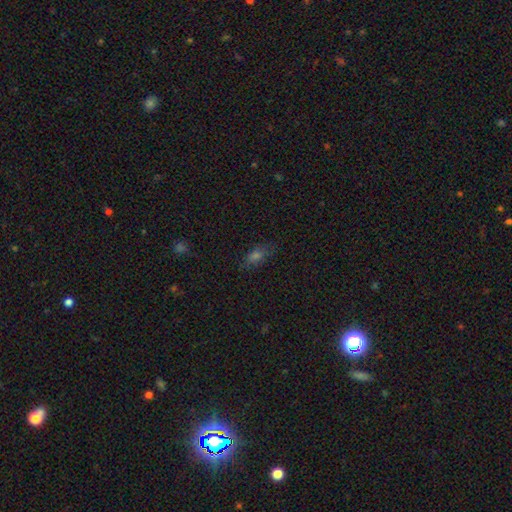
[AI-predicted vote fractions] Smooth or featured?
  - smooth: 60% *
  - star or artifact: 25%
  - featured or disk: 15%
How rounded?
  - in between: 74% *
  - cigar-shaped: 16%
  - round: 10%
Merging?
  - none: 77% *
  - minor disturbance: 17%
  - major disturbance: 5%
  - merger: 2%